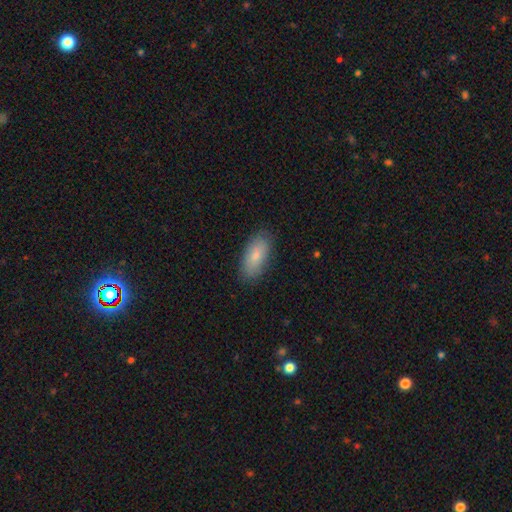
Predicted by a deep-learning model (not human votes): Morphology: type=smooth (80%); roundness=in between (89%); merging=none (85%).